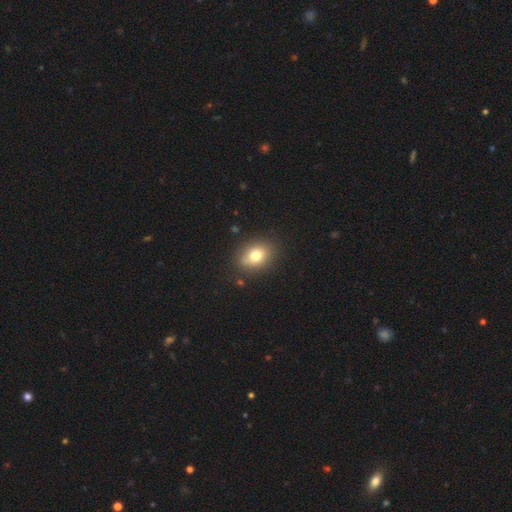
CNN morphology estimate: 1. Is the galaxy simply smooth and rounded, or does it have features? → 76% smooth, 13% featured or disk, 11% star or artifact.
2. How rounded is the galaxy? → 65% in between, 34% round, 1% cigar-shaped.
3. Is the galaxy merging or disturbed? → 82% none, 12% minor disturbance, 3% major disturbance, 2% merger.